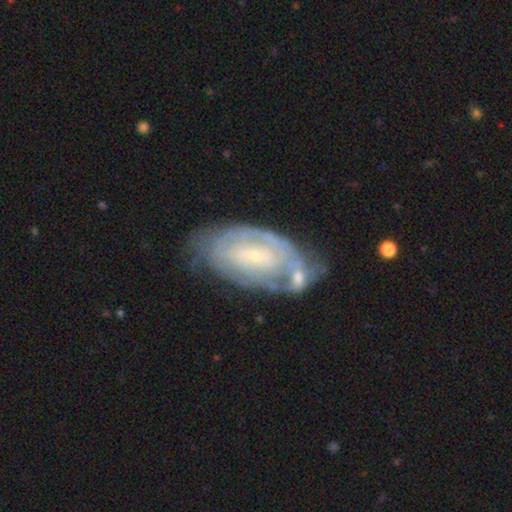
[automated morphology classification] Overall: featured or disk (76%). Edge-on disk: no (94%). Bar: no (49%; weak 38%). Spiral arms: yes (81%). Spiral arm count: can't tell (53%; 2 26%). Spiral winding: tight (69%). Bulge size: small (77%). Merging: none (46%; minor disturbance 23%).